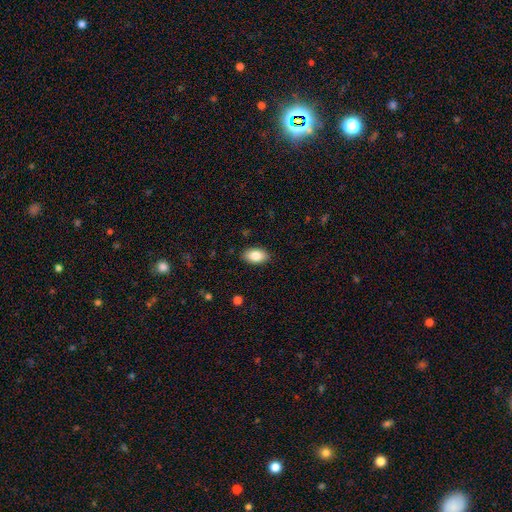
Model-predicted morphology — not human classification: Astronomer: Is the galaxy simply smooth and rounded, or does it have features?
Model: smooth — 85%.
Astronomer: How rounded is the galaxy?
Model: in between — 92%.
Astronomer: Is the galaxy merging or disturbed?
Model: none — 88%.